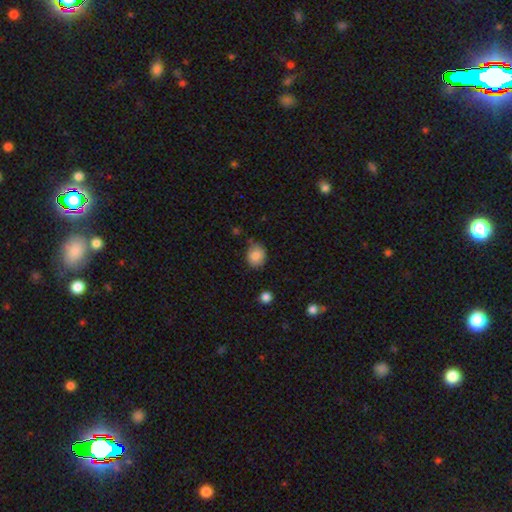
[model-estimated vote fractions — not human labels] Q: Smooth or featured?
A: smooth (87%); runner-up: star or artifact (8%)
Q: How rounded?
A: round (69%); runner-up: in between (30%)
Q: Merging?
A: none (74%); runner-up: minor disturbance (19%)